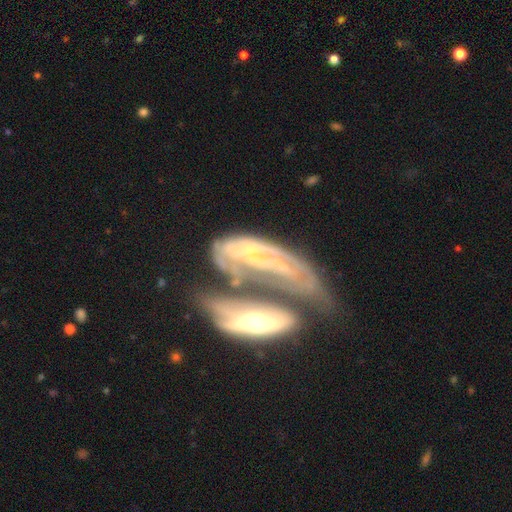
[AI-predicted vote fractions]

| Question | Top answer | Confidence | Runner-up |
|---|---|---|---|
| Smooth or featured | featured or disk | 73% | smooth (20%) |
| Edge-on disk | no | 83% | yes (17%) |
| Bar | no | 69% | weak (21%) |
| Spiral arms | yes | 67% | no (33%) |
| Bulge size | small | 49% | moderate (35%) |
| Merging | merger | 63% | major disturbance (16%) |